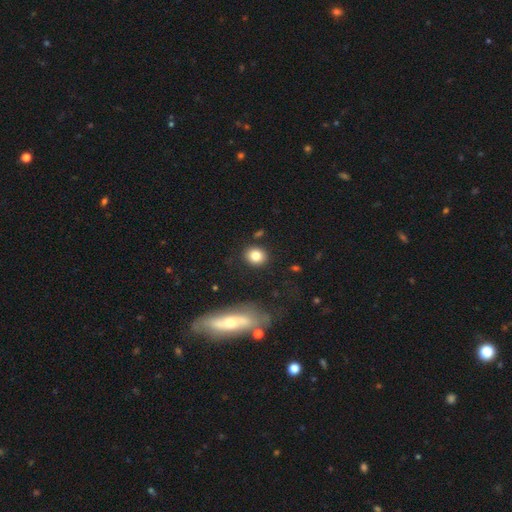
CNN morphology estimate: A smooth galaxy with no disk features (83%) that is round (68%). Merging: none (87%).